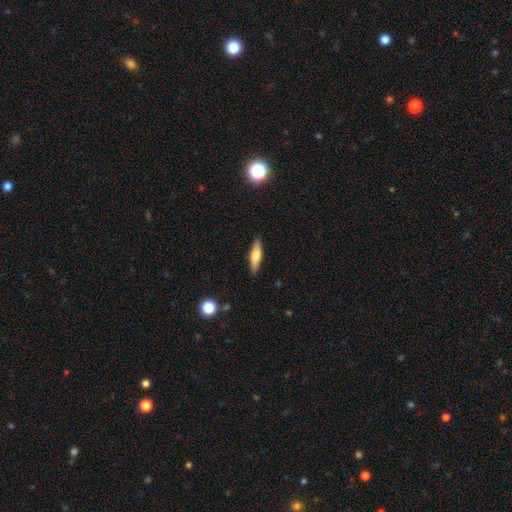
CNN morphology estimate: Q: Smooth or featured?
A: smooth (61%); runner-up: featured or disk (32%)
Q: How rounded?
A: cigar-shaped (66%); runner-up: in between (32%)
Q: Merging?
A: none (87%); runner-up: minor disturbance (10%)